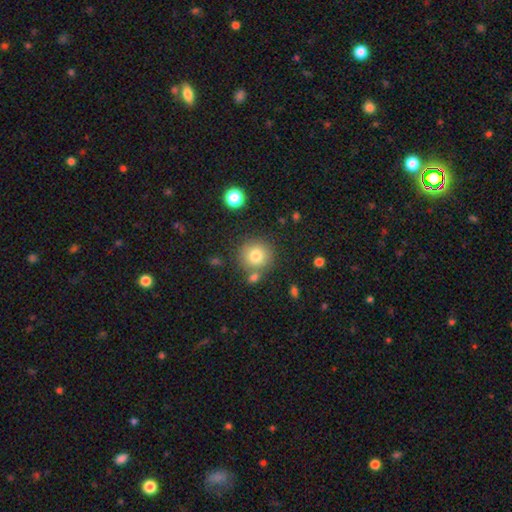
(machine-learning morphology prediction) A smooth galaxy with no disk features (80%) that is round (93%).

Vote fractions:
- Smooth or featured? smooth: 80% / star or artifact: 11% / featured or disk: 10%
- How rounded? round: 93% / in between: 6% / cigar-shaped: 1%
- Merging? none: 74% / merger: 13% / minor disturbance: 10% / major disturbance: 3%